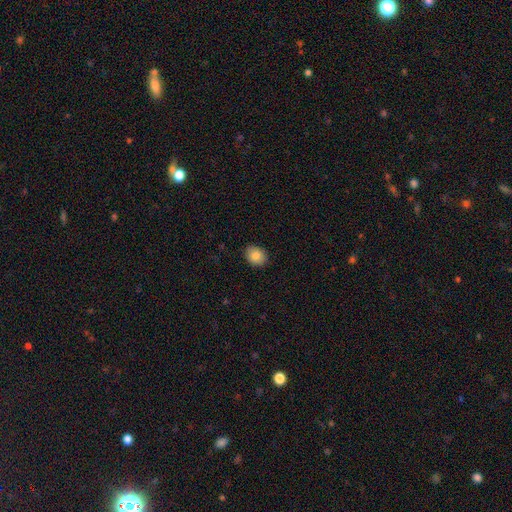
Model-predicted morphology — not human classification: Smooth or featured? Predicted: smooth (p=0.85). How rounded? Predicted: in between (p=0.50, tied with round). Merging? Predicted: none (p=0.88).